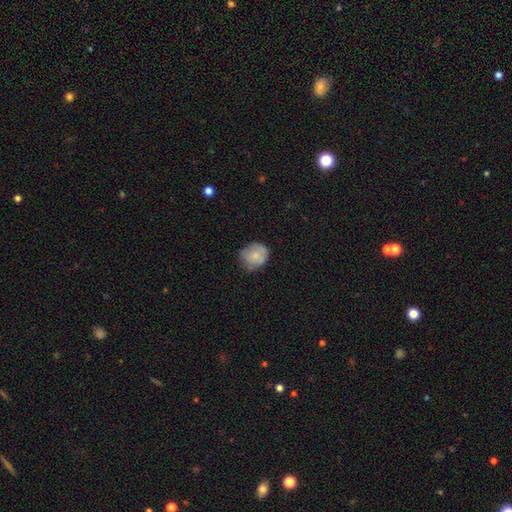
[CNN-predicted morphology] Smooth or featured?
  - smooth: 70% *
  - featured or disk: 22%
  - star or artifact: 8%
How rounded?
  - round: 76% *
  - in between: 23%
  - cigar-shaped: 1%
Merging?
  - none: 62% *
  - minor disturbance: 28%
  - major disturbance: 8%
  - merger: 2%